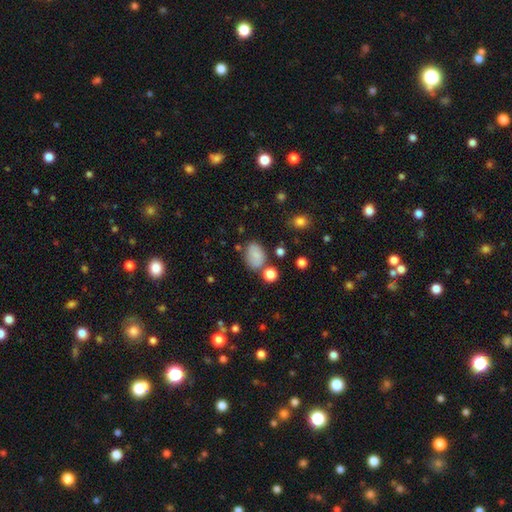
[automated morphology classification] smooth 78%, featured or disk 12%, star or artifact 10%. Down the decision tree: how rounded — in between (77%); merging — none (65%).